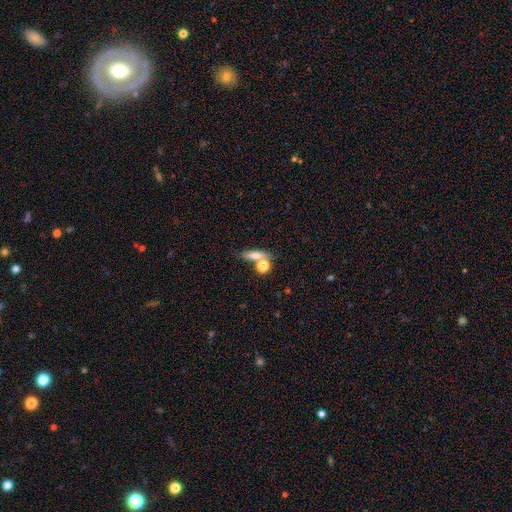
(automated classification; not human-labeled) This appears to be a smooth galaxy with no disk features (66%) that is cigar-shaped (44%). Merging: none (56%).